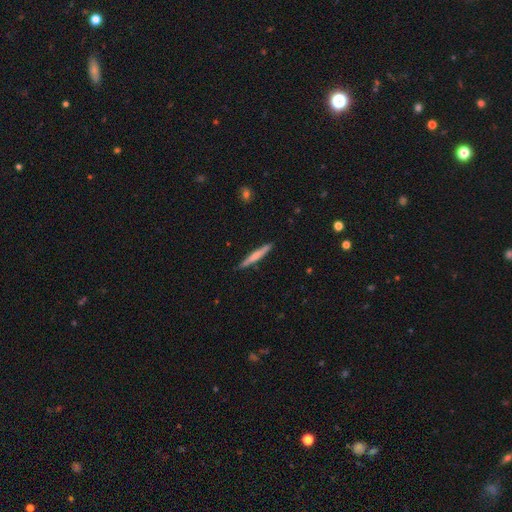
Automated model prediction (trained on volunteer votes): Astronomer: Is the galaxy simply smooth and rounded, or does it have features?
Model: smooth — 61%.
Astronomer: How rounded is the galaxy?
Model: cigar-shaped — 96%.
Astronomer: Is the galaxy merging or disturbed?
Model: none — 89%.